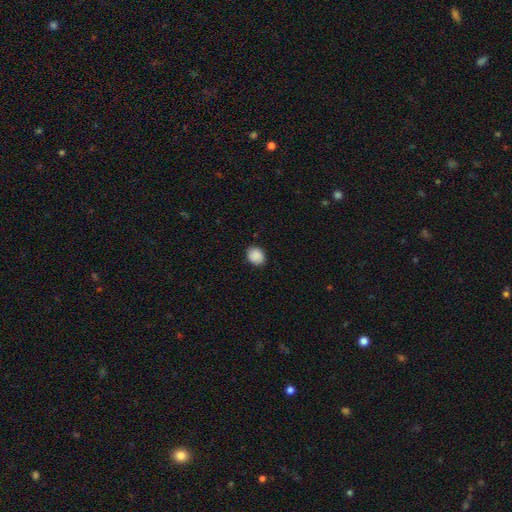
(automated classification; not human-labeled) Smooth or featured?
  - smooth: 90% *
  - star or artifact: 7%
  - featured or disk: 3%
How rounded?
  - round: 52% *
  - in between: 47%
  - cigar-shaped: 1%
Merging?
  - none: 86% *
  - minor disturbance: 11%
  - major disturbance: 2%
  - merger: 1%